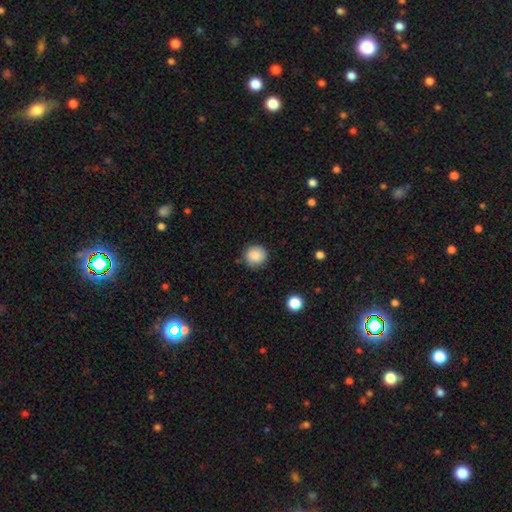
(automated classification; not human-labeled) This appears to be a smooth galaxy with no disk features (87%) that is round (92%). Merging: none (86%).